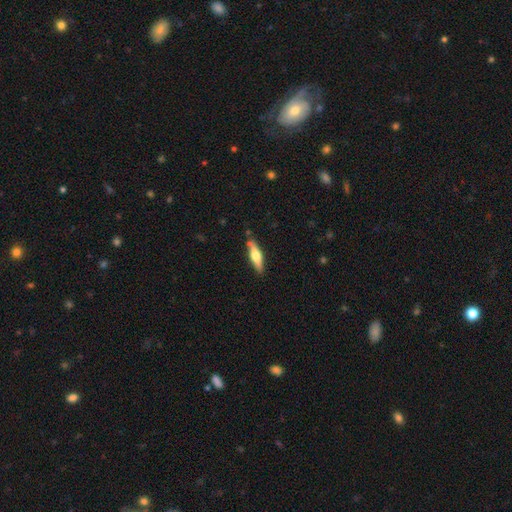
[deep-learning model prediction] Smooth or featured: smooth — 48% (featured or disk — 46%)
Merging: none — 80% (minor disturbance — 14%)